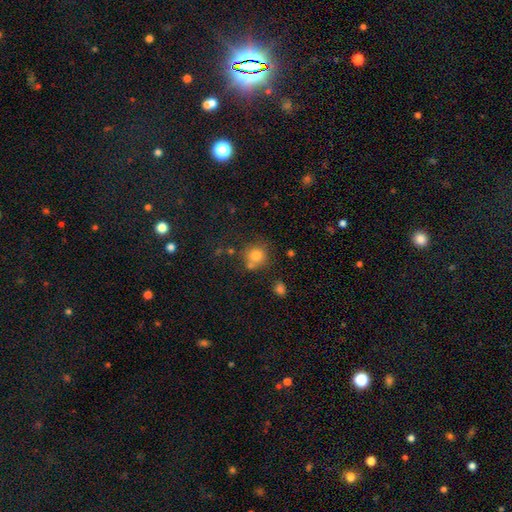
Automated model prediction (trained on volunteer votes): This appears to be a smooth galaxy with no disk features (79%) that is round (88%). Merging: none (64%).